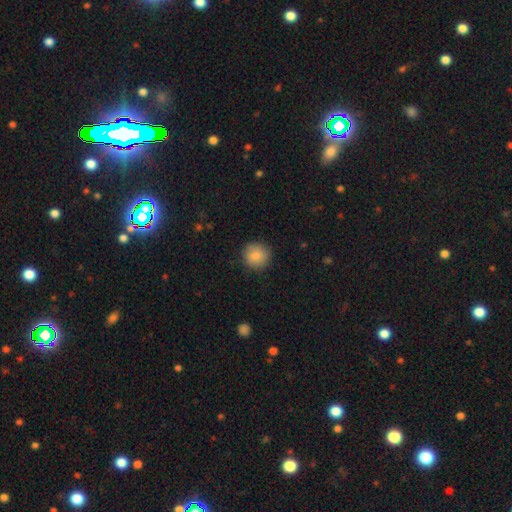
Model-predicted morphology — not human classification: This appears to be a smooth galaxy with no disk features (86%) that is round (92%). Merging: none (88%).